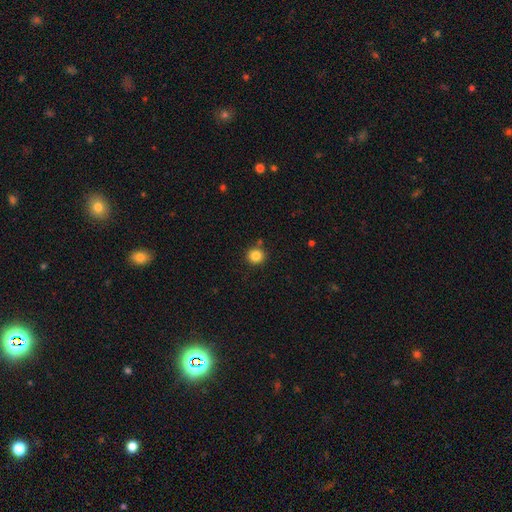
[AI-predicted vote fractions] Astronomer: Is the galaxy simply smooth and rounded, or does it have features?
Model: smooth — 84%.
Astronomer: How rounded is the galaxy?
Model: round — 92%.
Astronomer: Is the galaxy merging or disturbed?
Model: none — 85%.